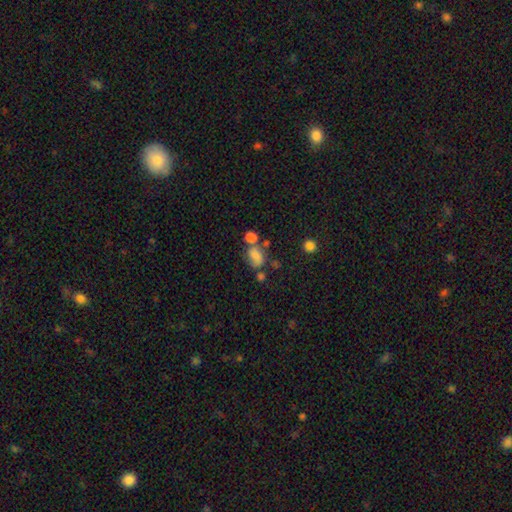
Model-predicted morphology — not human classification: A smooth galaxy with no disk features (70%) that is in between round and cigar-shaped (74%). Merging: merger (35%).